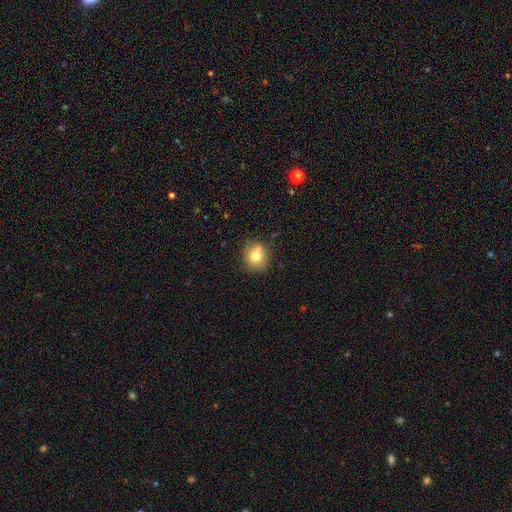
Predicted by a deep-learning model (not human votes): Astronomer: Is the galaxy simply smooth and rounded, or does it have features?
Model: smooth — 78%.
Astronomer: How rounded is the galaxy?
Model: round — 81%.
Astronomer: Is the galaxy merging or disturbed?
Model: none — 75%.